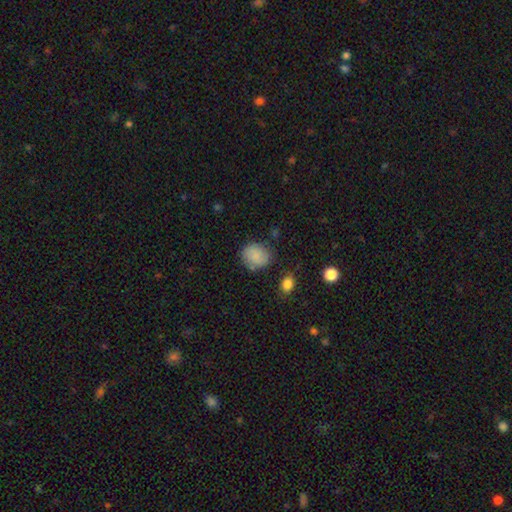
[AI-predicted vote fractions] smooth 82%, featured or disk 10%, star or artifact 8%. Down the decision tree: how rounded — round (66%); merging — none (73%).